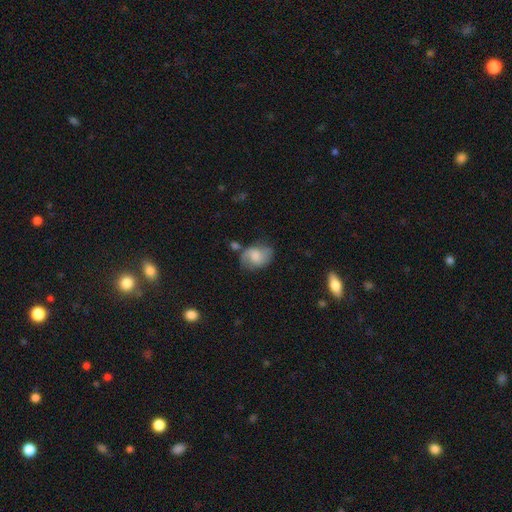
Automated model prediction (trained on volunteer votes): Smooth or featured?
  - smooth: 53% *
  - featured or disk: 39%
  - star or artifact: 9%
How rounded?
  - in between: 73% *
  - round: 25%
  - cigar-shaped: 1%
Merging?
  - none: 50% *
  - minor disturbance: 29%
  - major disturbance: 13%
  - merger: 8%